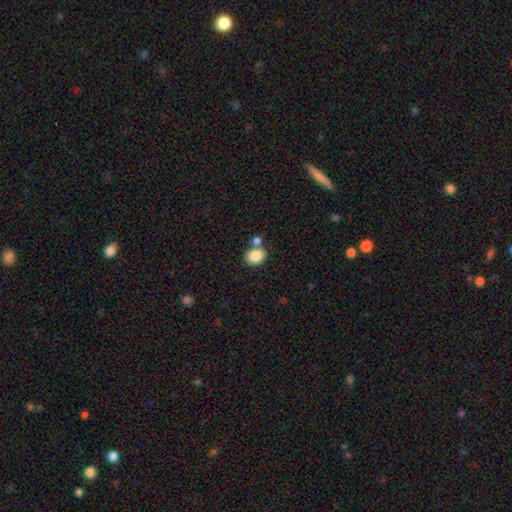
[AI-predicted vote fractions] The model was most divided on "how rounded": round: 51%, in between: 49%, cigar-shaped: 1%. More confident: smooth or featured — smooth (86%); merging — none (63%).